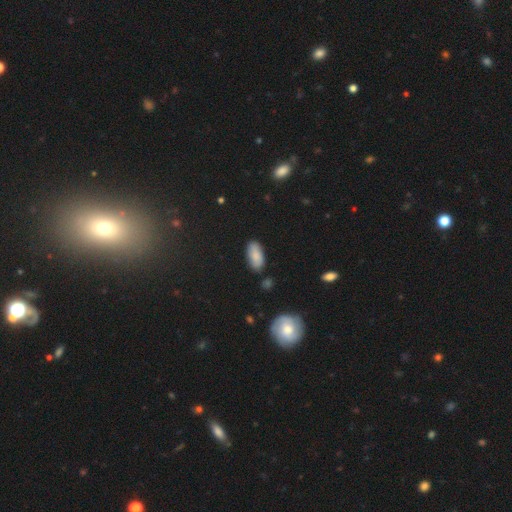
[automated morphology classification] Overall: smooth (81%). How rounded: in between (92%). Merging: none (79%).